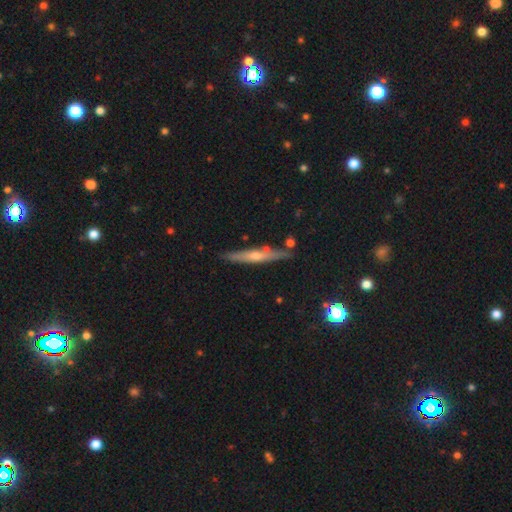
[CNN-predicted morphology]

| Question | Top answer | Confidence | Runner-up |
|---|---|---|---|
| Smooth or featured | featured or disk | 59% | smooth (34%) |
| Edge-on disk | yes | 93% | no (7%) |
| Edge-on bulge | rounded | 73% | none (23%) |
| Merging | none | 82% | minor disturbance (11%) |